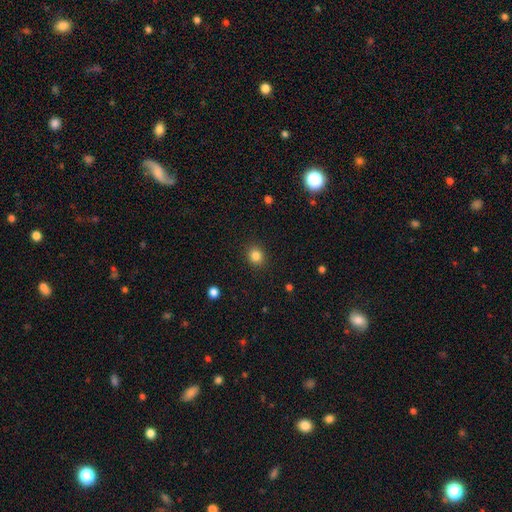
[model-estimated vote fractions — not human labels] This appears to be a smooth galaxy with no disk features (84%) that is round (76%). Merging: none (90%).